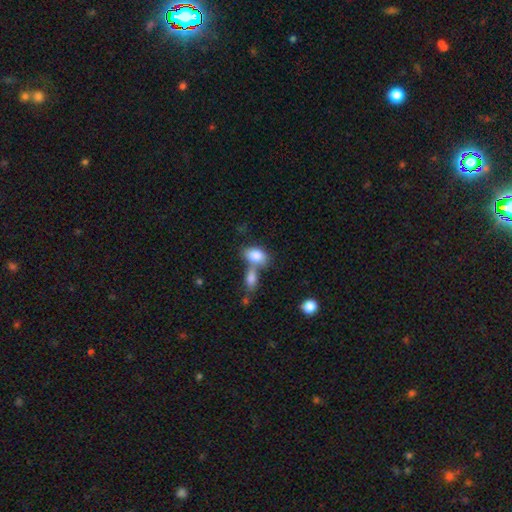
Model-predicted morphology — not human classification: smooth_or_featured: smooth (p=0.83) [alt: featured or disk p=0.10]
how_rounded: in between (p=0.88) [alt: round p=0.10]
merging: merger (p=0.48) [alt: none p=0.37]